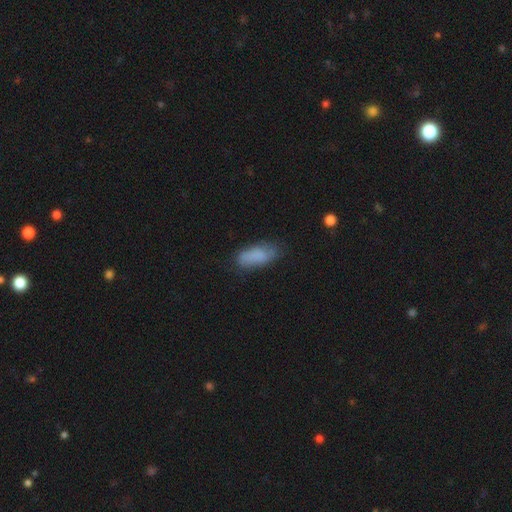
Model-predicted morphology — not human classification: smooth 79%, featured or disk 14%, star or artifact 8%. Down the decision tree: how rounded — in between (83%); merging — none (66%).